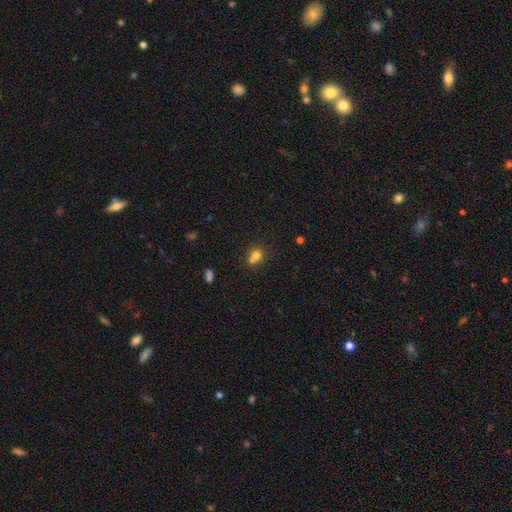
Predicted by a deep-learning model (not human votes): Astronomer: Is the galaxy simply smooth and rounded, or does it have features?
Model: smooth — 72%.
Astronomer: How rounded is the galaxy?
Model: round — 82%.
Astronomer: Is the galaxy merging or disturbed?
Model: merger — 48% (runner-up: none, 42%).